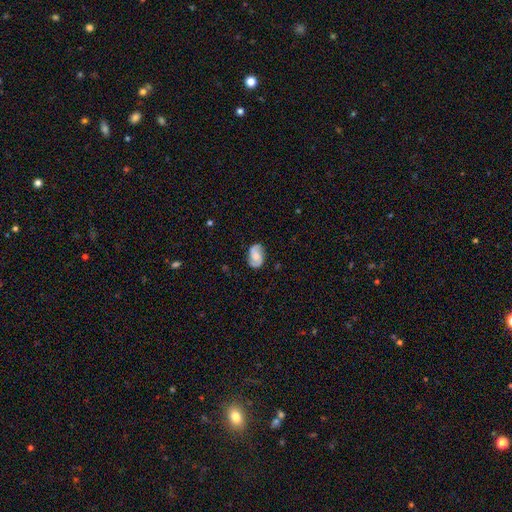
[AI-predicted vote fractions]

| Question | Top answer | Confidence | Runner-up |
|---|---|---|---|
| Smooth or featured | featured or disk | 66% | smooth (27%) |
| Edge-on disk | no | 97% | yes (3%) |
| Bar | no | 53% | weak (38%) |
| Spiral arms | yes | 93% | no (7%) |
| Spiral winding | medium | 46% | loose (27%) |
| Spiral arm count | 2 | 89% | can't tell (5%) |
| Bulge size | moderate | 33% | none (25%) |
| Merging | none | 79% | minor disturbance (15%) |